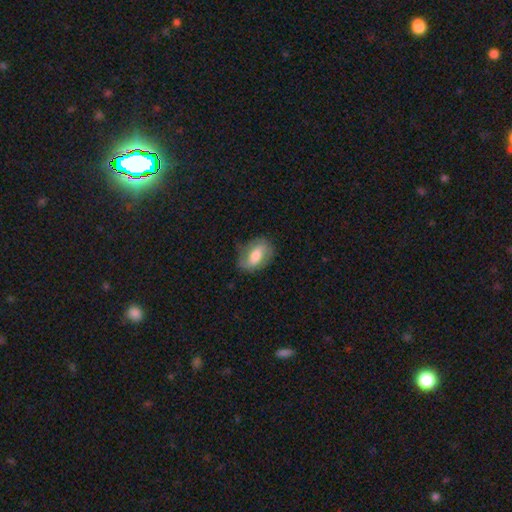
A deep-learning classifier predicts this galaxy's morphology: This appears to be a smooth galaxy with no disk features (50%) that is in between round and cigar-shaped (84%). Merging: none (67%).